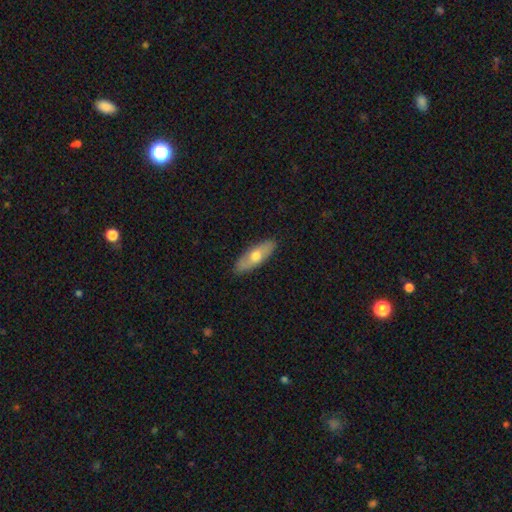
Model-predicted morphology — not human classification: Overall: smooth (59%; featured or disk 36%). How rounded: in between (62%; cigar-shaped 35%). Merging: none (88%).